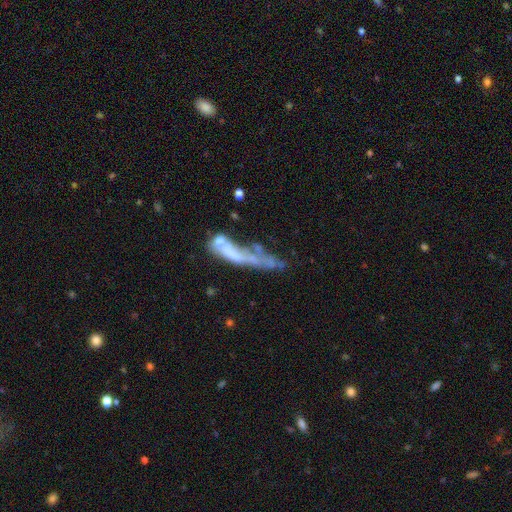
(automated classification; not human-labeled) featured or disk 52%, smooth 35%, star or artifact 13%. Down the decision tree: edge-on disk — no (79%); merging — merger (36%).